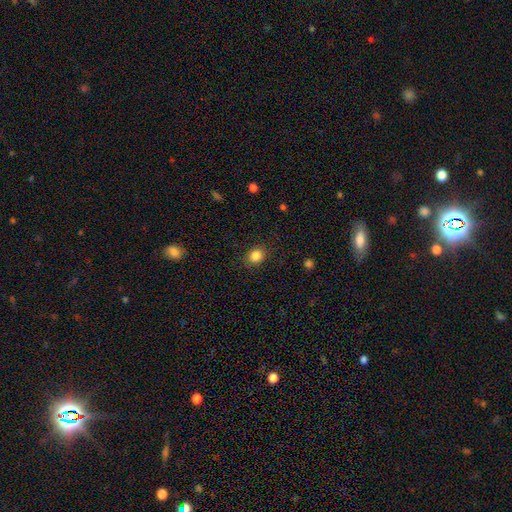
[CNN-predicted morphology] Smooth or featured: smooth — 85% (star or artifact — 11%)
How rounded: round — 66% (in between — 33%)
Merging: none — 86% (minor disturbance — 10%)